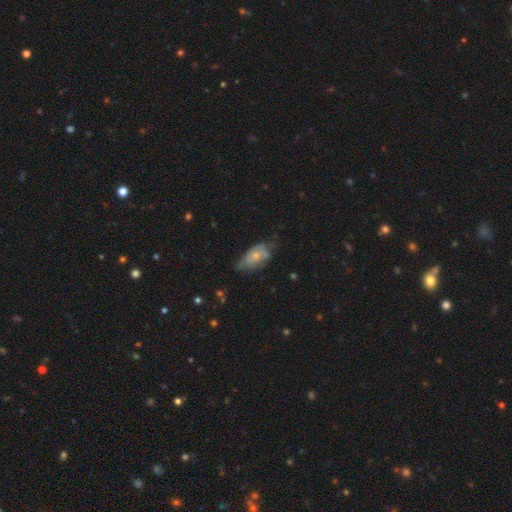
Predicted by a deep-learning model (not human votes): smooth_or_featured: smooth (p=0.50) [alt: featured or disk p=0.43]
merging: none (p=0.40) [tied with: minor disturbance p=0.40]